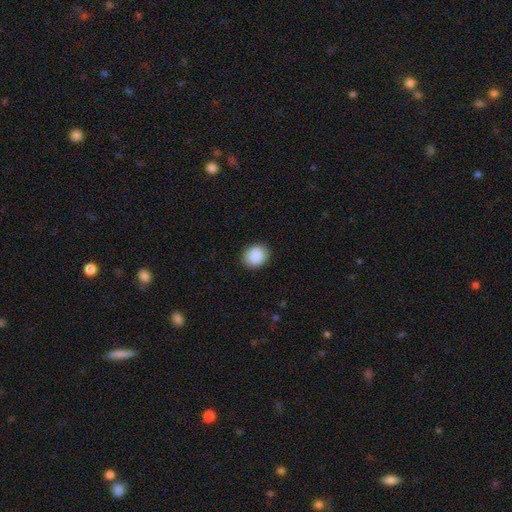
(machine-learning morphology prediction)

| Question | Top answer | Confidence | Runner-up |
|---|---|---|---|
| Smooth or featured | smooth | 89% | star or artifact (7%) |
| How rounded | round | 62% | in between (37%) |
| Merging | none | 88% | minor disturbance (9%) |